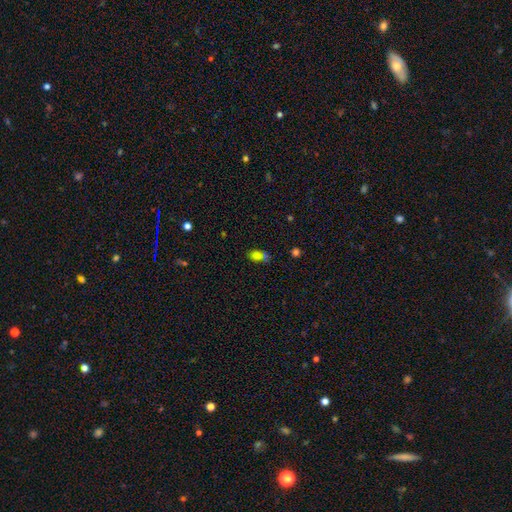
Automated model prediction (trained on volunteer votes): smooth_or_featured: smooth (p=0.71) [alt: star or artifact p=0.19]
how_rounded: in between (p=0.64) [alt: round p=0.34]
merging: none (p=0.45) [alt: merger p=0.33]